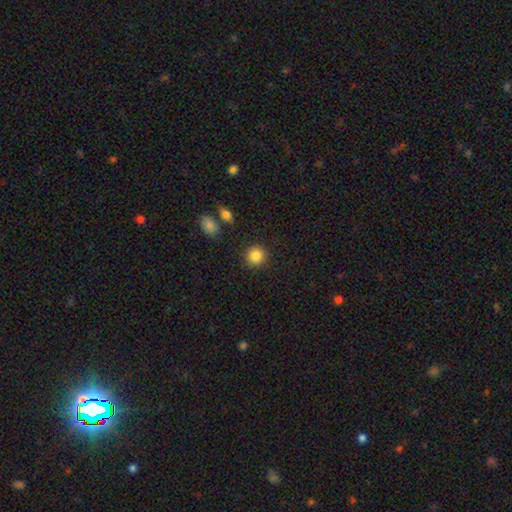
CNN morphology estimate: Overall: smooth (86%). How rounded: round (90%). Merging: none (89%).